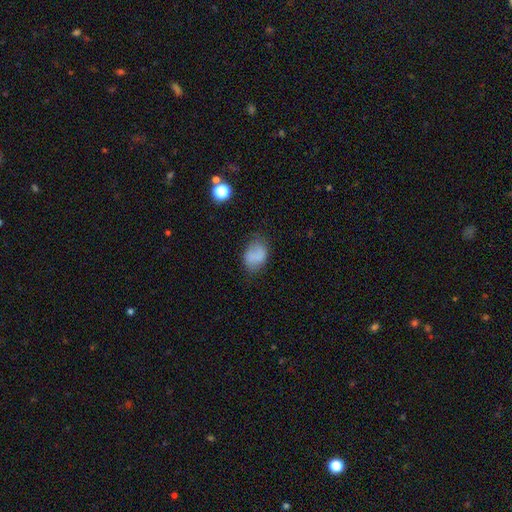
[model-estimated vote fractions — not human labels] A smooth galaxy with no disk features (77%) that is in between round and cigar-shaped (75%).

Vote fractions:
- Smooth or featured? smooth: 77% / featured or disk: 13% / star or artifact: 11%
- How rounded? in between: 75% / round: 23% / cigar-shaped: 1%
- Merging? none: 64% / minor disturbance: 25% / major disturbance: 8% / merger: 3%